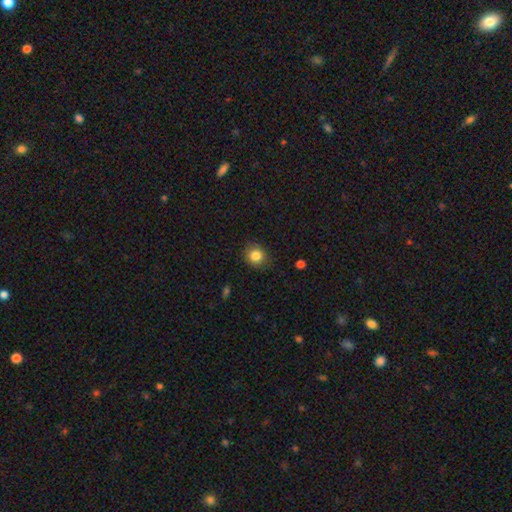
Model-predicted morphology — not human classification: Smooth or featured? smooth (84%)
How rounded? round (77%)
Merging? none (82%)